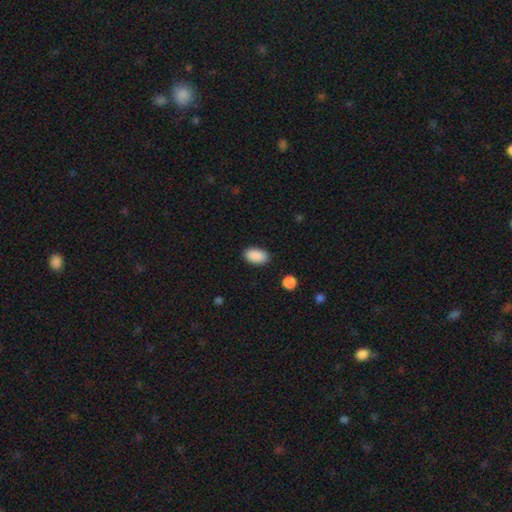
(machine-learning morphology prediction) Overall: smooth (90%). How rounded: in between (93%). Merging: none (87%).